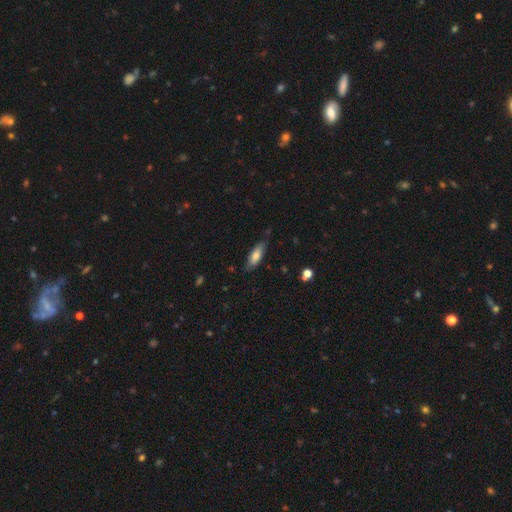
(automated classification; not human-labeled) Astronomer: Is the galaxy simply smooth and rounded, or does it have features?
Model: smooth — 72%.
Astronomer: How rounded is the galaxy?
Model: in between — 59% (runner-up: cigar-shaped, 39%).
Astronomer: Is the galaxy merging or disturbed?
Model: none — 76%.